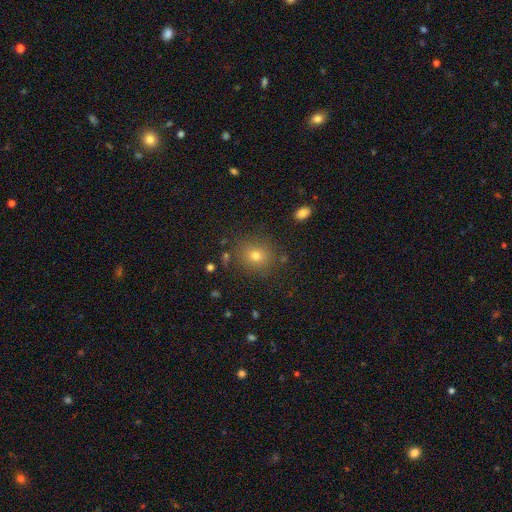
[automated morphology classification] Smooth or featured? Predicted: smooth (p=0.73). How rounded? Predicted: round (p=0.79). Merging? Predicted: none (p=0.84).